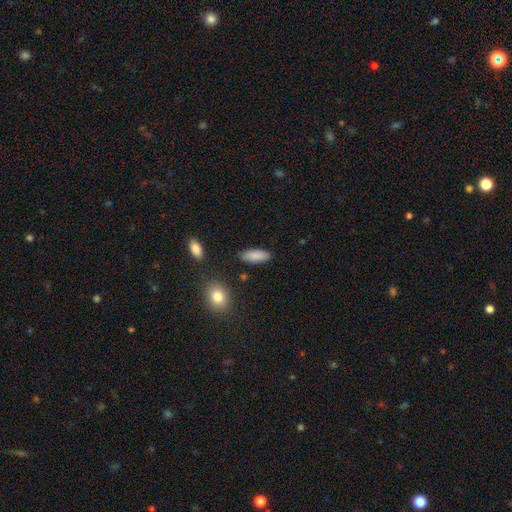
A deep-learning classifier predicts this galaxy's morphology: This appears to be a smooth galaxy with no disk features (87%) that is in between round and cigar-shaped (75%). Merging: none (84%).